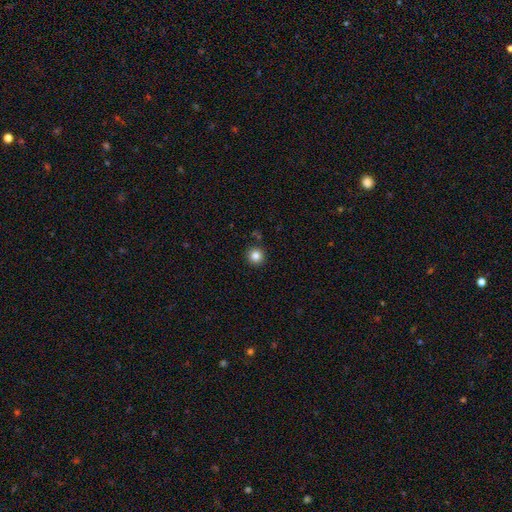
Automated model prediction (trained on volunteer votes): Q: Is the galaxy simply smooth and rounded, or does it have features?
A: smooth — 83%.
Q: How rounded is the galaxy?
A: round — 95%.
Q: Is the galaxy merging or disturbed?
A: none — 90%.